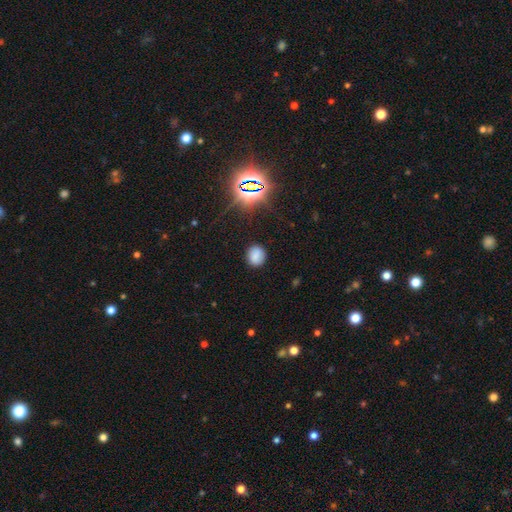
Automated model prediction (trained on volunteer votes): Q: Smooth or featured?
A: smooth (75%); runner-up: star or artifact (16%)
Q: How rounded?
A: round (74%); runner-up: in between (25%)
Q: Merging?
A: none (85%); runner-up: minor disturbance (11%)